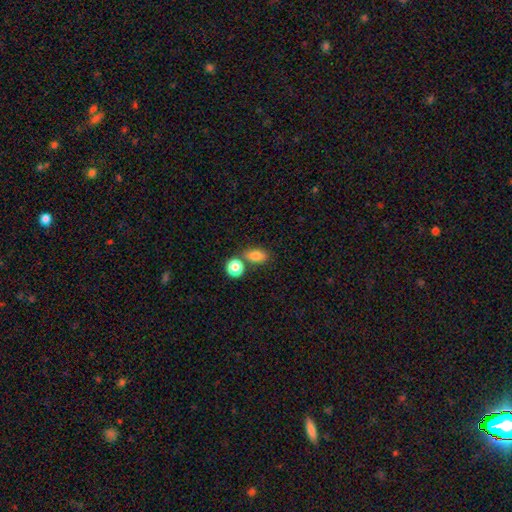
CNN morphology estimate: Smooth or featured? Predicted: smooth (p=0.83). How rounded? Predicted: in between (p=0.79). Merging? Predicted: none (p=0.64).